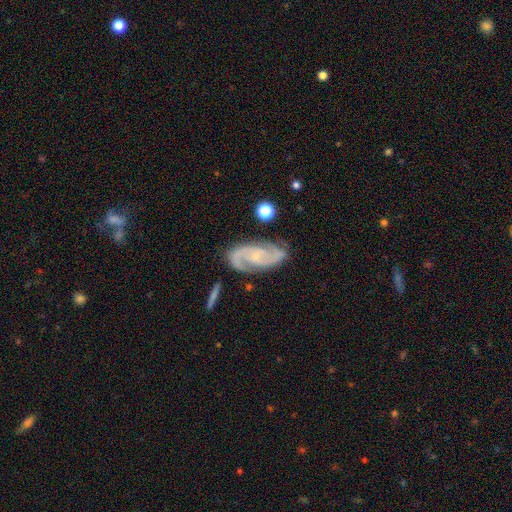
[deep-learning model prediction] Smooth or featured?
  - featured or disk: 87% *
  - smooth: 7%
  - star or artifact: 6%
Edge-on disk?
  - no: 96% *
  - yes: 4%
Bar?
  - no: 54% *
  - weak: 35%
  - strong: 11%
Spiral arms?
  - yes: 98% *
  - no: 2%
Spiral winding?
  - medium: 47% *
  - tight: 43%
  - loose: 11%
Spiral arm count?
  - 2: 89% *
  - can't tell: 4%
  - 3: 3%
  - 1: 2%
  - 4: 1%
  - more than 4: 1%
Bulge size?
  - small: 64% *
  - moderate: 18%
  - none: 15%
  - large: 1%
  - dominant: 1%
Merging?
  - none: 79% *
  - minor disturbance: 14%
  - major disturbance: 4%
  - merger: 3%